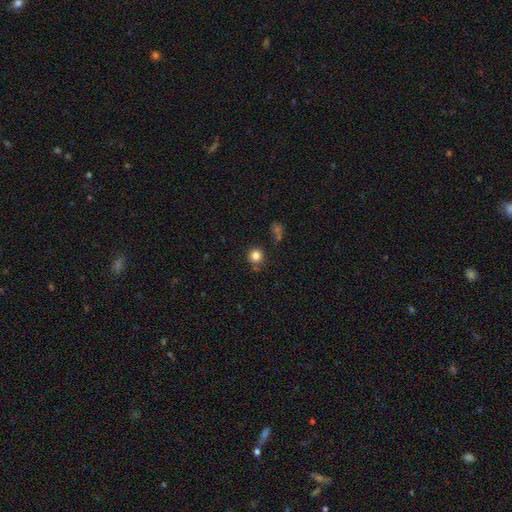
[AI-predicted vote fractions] Morphology: type=smooth (82%); roundness=round (92%); merging=none (82%).